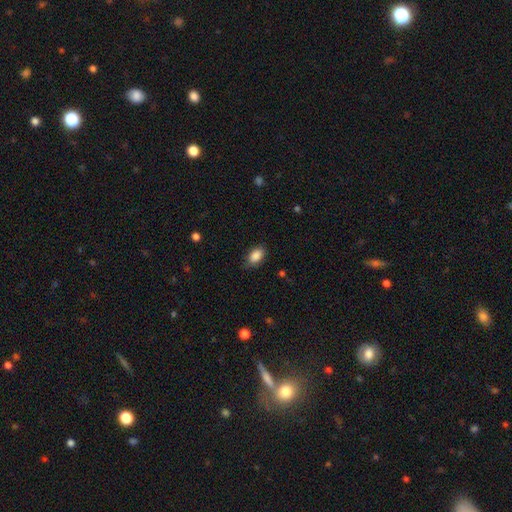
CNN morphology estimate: Smooth or featured?
  - smooth: 88% *
  - star or artifact: 8%
  - featured or disk: 5%
How rounded?
  - in between: 89% *
  - round: 9%
  - cigar-shaped: 2%
Merging?
  - none: 75% *
  - minor disturbance: 20%
  - major disturbance: 4%
  - merger: 1%